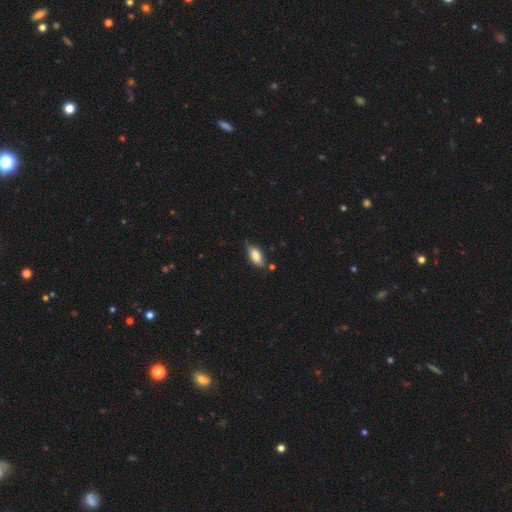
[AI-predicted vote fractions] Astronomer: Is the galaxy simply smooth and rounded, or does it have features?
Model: smooth — 81%.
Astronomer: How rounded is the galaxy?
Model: in between — 86%.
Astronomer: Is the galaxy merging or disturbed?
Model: none — 67%.